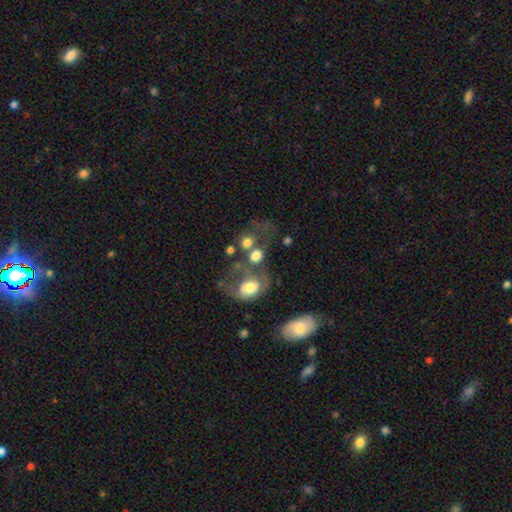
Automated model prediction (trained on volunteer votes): smooth-or-featured: smooth: 66% | featured or disk: 23% | star or artifact: 11%
  how-rounded: in between: 50% | round: 49% | cigar-shaped: 1%
  merging: merger: 47% | none: 25% | major disturbance: 16% | minor disturbance: 12%